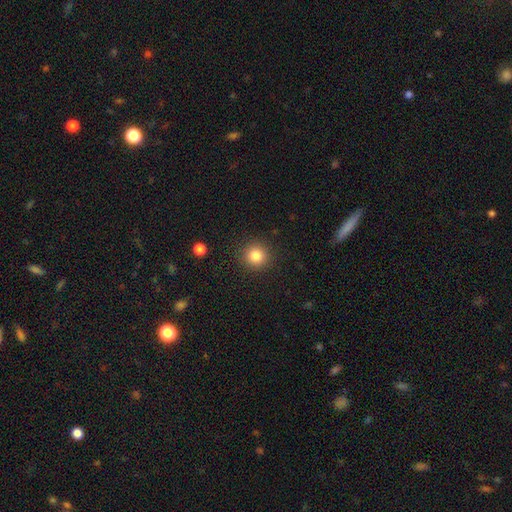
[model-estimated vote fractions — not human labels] Overall: smooth (83%). How rounded: round (94%). Merging: none (91%).